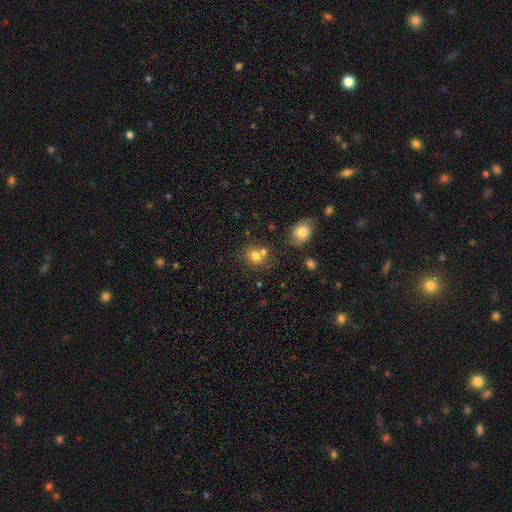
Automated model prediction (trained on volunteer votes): smooth 76%, star or artifact 13%, featured or disk 11%. Down the decision tree: how rounded — round (70%); merging — none (52%).